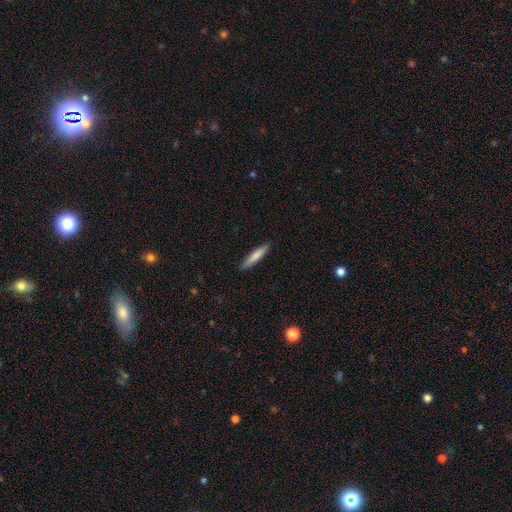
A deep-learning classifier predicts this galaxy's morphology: Smooth or featured? Predicted: smooth (p=0.77). How rounded? Predicted: cigar-shaped (p=0.89). Merging? Predicted: none (p=0.90).